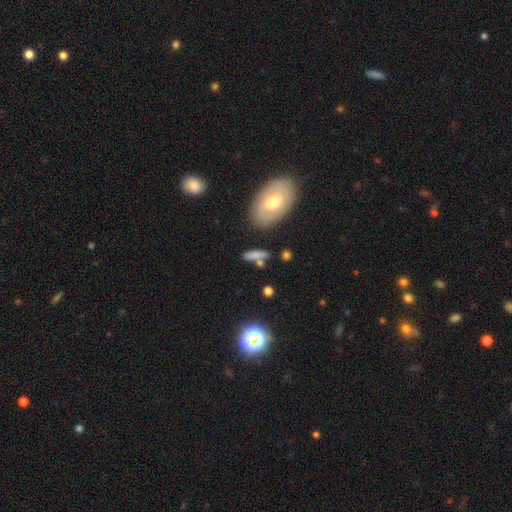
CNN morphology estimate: Smooth or featured? smooth (72%)
How rounded? in between (47%)
Merging? none (64%)